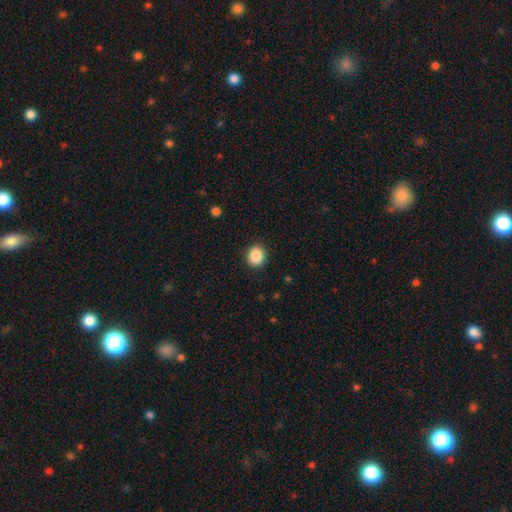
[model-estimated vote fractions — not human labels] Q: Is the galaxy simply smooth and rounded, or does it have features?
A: smooth — 88%.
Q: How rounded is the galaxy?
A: round — 70%.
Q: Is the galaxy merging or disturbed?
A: none — 90%.